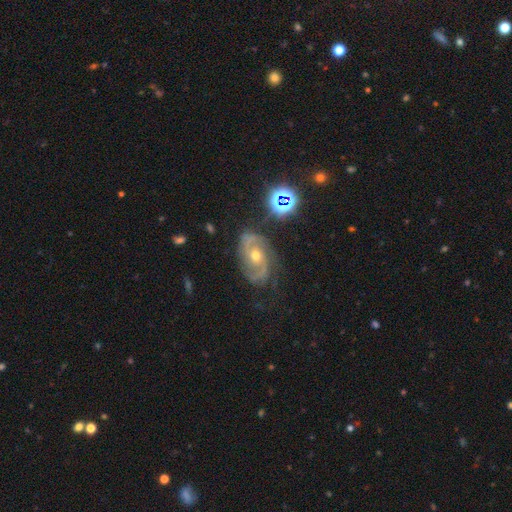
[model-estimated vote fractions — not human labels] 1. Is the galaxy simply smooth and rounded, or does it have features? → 82% featured or disk, 10% star or artifact, 8% smooth.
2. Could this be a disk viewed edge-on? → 97% no, 3% yes.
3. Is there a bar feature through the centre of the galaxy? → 66% no, 27% weak, 7% strong.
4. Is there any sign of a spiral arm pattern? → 95% yes, 5% no.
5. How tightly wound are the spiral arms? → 49% medium, 33% tight, 18% loose.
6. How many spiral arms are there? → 74% 2, 10% can't tell, 8% 3, 3% 1, 2% 4, 2% more than 4.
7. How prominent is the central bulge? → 67% moderate, 29% small, 2% large, 1% none, 1% dominant.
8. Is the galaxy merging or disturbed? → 70% none, 20% minor disturbance, 8% major disturbance, 2% merger.